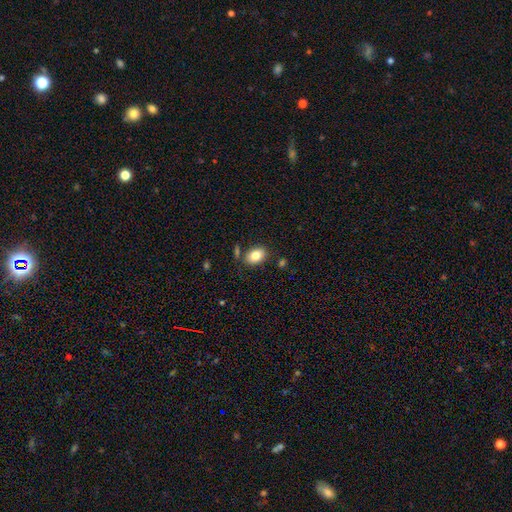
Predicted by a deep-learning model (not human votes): Smooth or featured? Predicted: smooth (p=0.82). How rounded? Predicted: in between (p=0.85). Merging? Predicted: none (p=0.79).